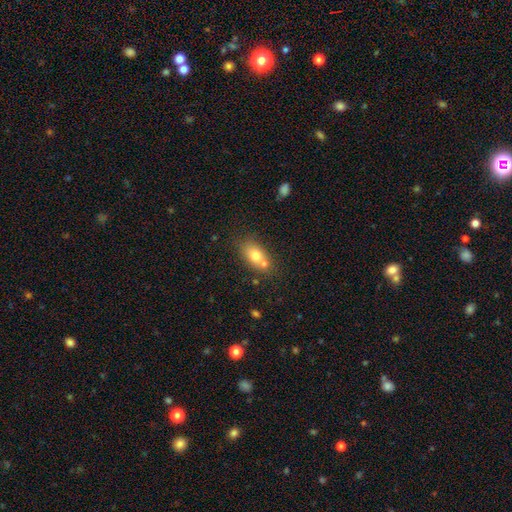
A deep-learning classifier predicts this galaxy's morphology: Smooth or featured? smooth (73%)
How rounded? in between (78%)
Merging? none (52%)